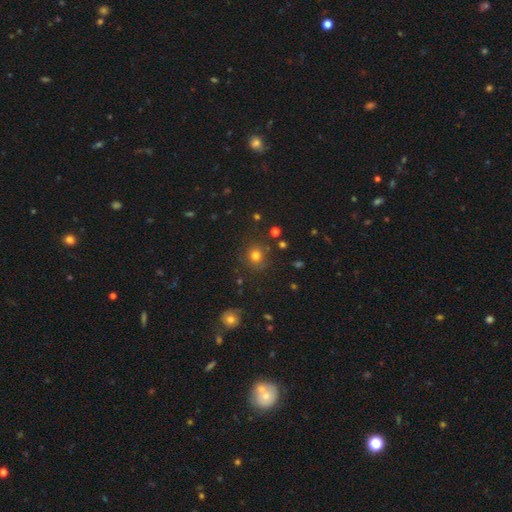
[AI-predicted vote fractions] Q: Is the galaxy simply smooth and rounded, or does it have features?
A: smooth — 75%.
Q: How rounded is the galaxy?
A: round — 88%.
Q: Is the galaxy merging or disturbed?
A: none — 81%.